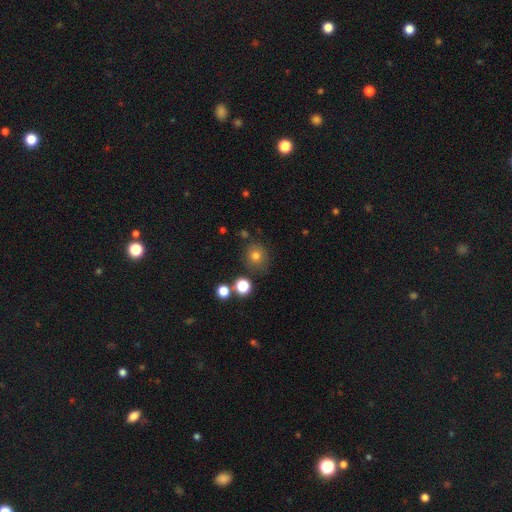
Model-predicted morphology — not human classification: A smooth galaxy with no disk features (77%) that is round (84%).

Vote fractions:
- Smooth or featured? smooth: 77% / star or artifact: 15% / featured or disk: 8%
- How rounded? round: 84% / in between: 15% / cigar-shaped: 1%
- Merging? none: 79% / minor disturbance: 12% / merger: 5% / major disturbance: 4%